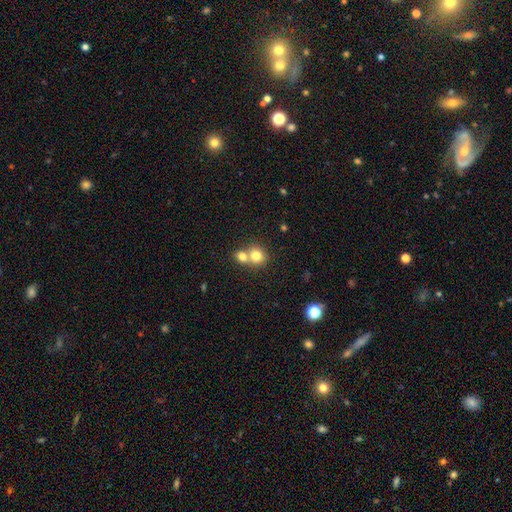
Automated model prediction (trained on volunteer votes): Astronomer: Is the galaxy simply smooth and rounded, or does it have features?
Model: smooth — 78%.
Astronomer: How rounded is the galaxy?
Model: round — 82%.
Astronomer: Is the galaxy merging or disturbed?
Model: merger — 58% (runner-up: none, 35%).